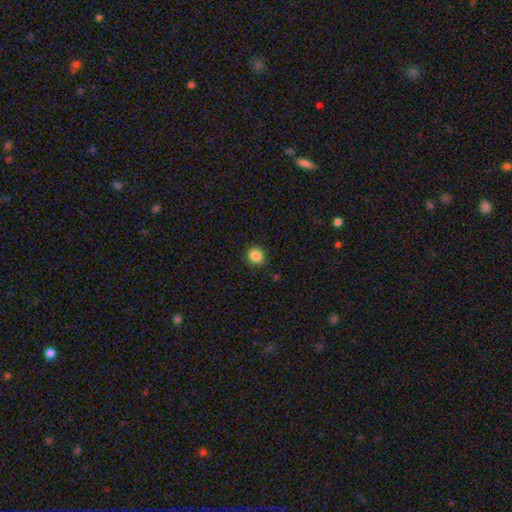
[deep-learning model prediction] Q: Smooth or featured?
A: smooth (86%); runner-up: star or artifact (10%)
Q: How rounded?
A: round (86%); runner-up: in between (13%)
Q: Merging?
A: none (89%); runner-up: minor disturbance (8%)